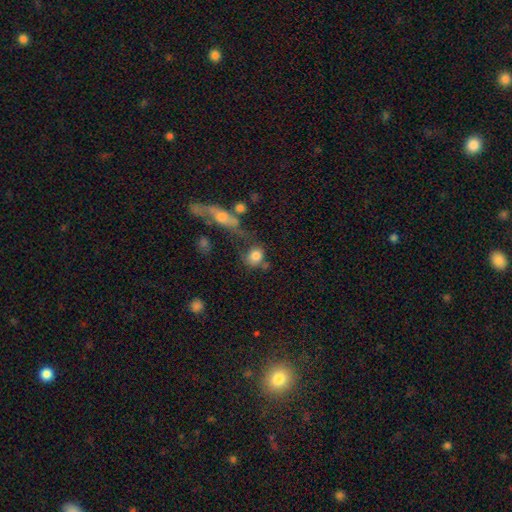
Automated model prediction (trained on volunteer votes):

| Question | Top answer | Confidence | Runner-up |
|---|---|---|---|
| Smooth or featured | smooth | 80% | featured or disk (11%) |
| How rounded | round | 68% | in between (30%) |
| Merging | none | 51% | merger (21%) |